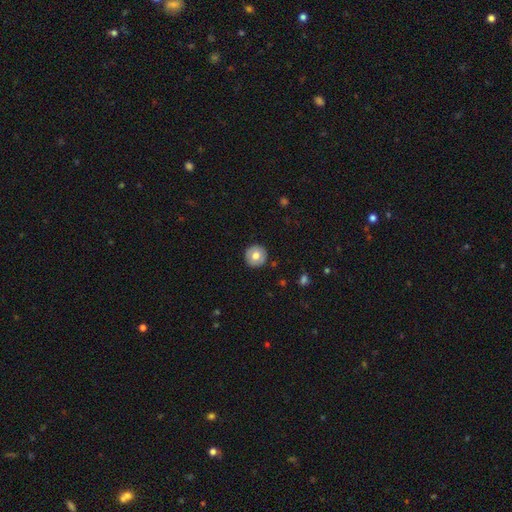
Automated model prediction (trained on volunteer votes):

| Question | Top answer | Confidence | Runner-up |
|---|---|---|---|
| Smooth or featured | smooth | 72% | featured or disk (20%) |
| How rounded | round | 96% | in between (3%) |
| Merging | none | 92% | minor disturbance (6%) |